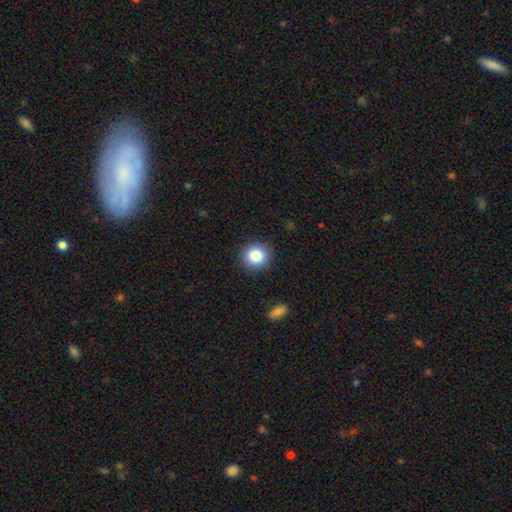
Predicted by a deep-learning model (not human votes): A smooth galaxy with no disk features (85%) that is round (87%).

Vote fractions:
- Smooth or featured? smooth: 85% / star or artifact: 9% / featured or disk: 6%
- How rounded? round: 87% / in between: 12% / cigar-shaped: 1%
- Merging? none: 90% / minor disturbance: 7% / major disturbance: 2% / merger: 1%